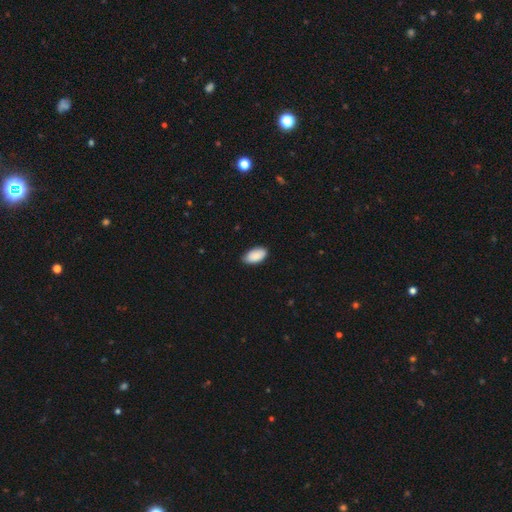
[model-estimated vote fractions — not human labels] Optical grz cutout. It shows a smooth galaxy with no disk features (88%) that is in between round and cigar-shaped (95%). Merging: none (81%).